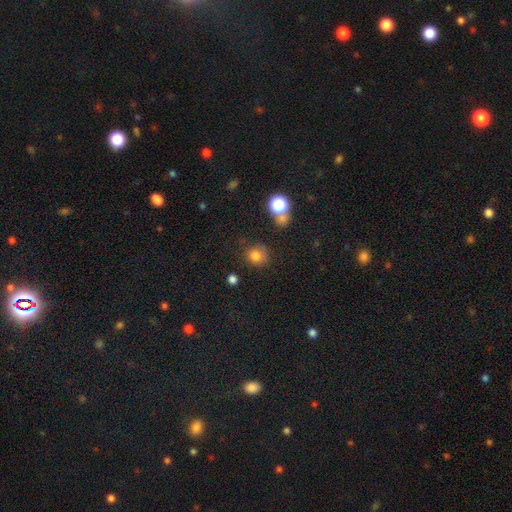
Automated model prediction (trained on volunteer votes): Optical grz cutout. It shows a smooth galaxy with no disk features (77%) that is round (81%). Merging: none (62%).